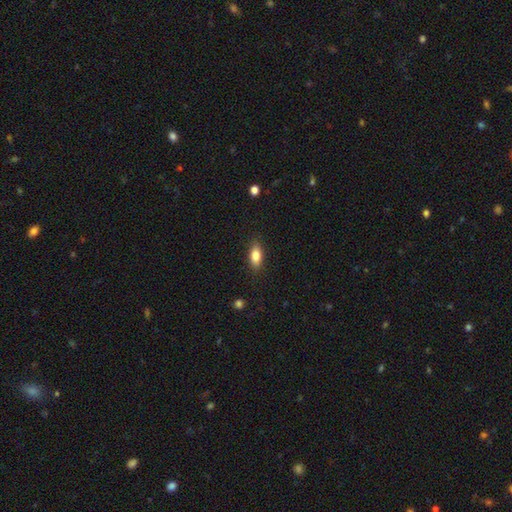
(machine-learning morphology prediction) Smooth or featured?
  - smooth: 83% *
  - featured or disk: 9%
  - star or artifact: 8%
How rounded?
  - in between: 81% *
  - cigar-shaped: 15%
  - round: 4%
Merging?
  - none: 85% *
  - minor disturbance: 11%
  - major disturbance: 3%
  - merger: 1%